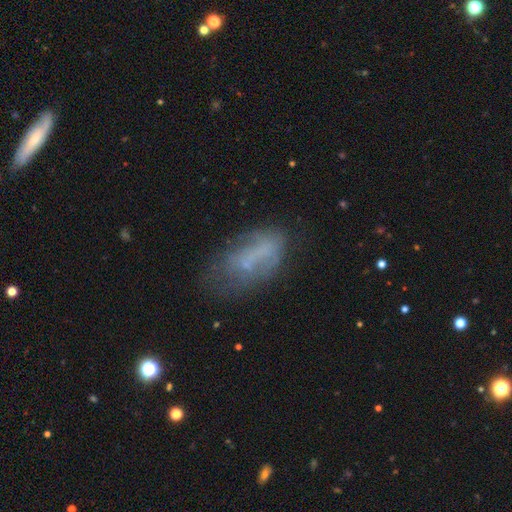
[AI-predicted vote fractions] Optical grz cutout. It shows a smooth galaxy with no disk features (50%). Merging: none (49%).